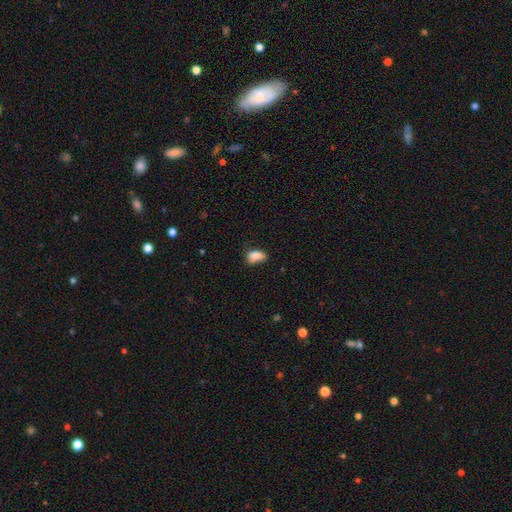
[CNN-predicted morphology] Smooth or featured? Predicted: smooth (p=0.82). How rounded? Predicted: in between (p=0.88). Merging? Predicted: none (p=0.45).